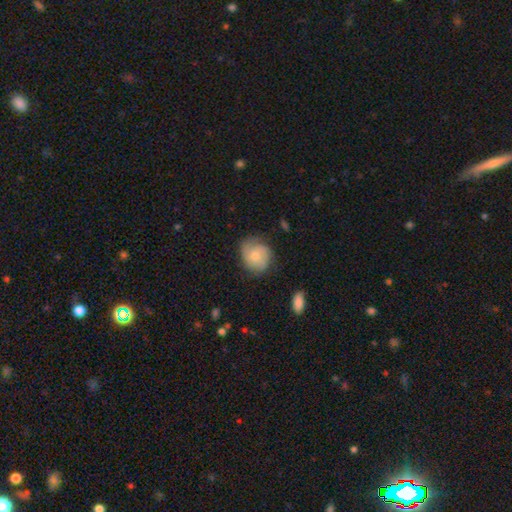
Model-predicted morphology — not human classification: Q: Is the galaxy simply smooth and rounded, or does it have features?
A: featured or disk — 50%.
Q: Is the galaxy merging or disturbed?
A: none — 66%.